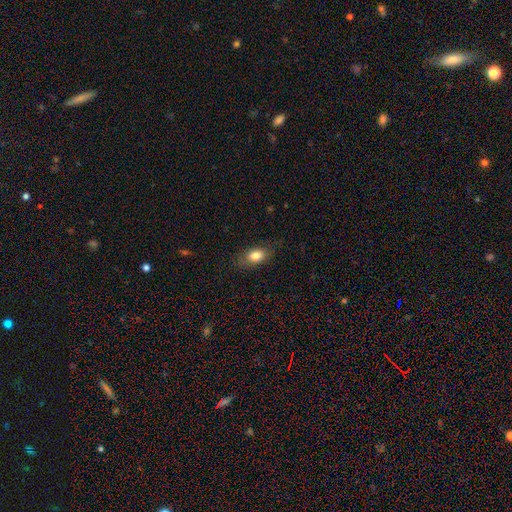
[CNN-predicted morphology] type=smooth (81%); roundness=in between (84%); merging=none (78%).